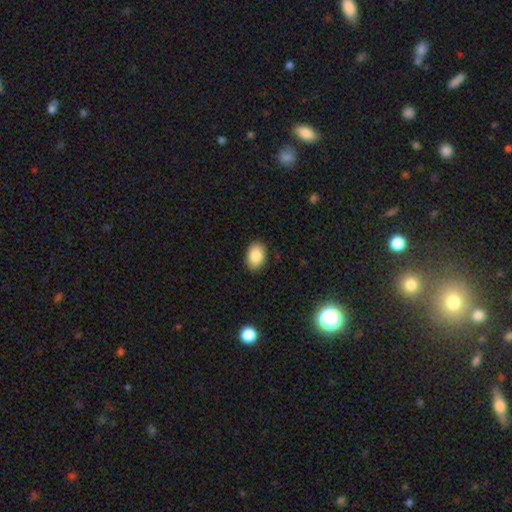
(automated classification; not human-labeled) smooth_or_featured: smooth (p=0.86) [alt: star or artifact p=0.08]
how_rounded: in between (p=0.85) [alt: round p=0.14]
merging: none (p=0.88) [alt: minor disturbance p=0.09]